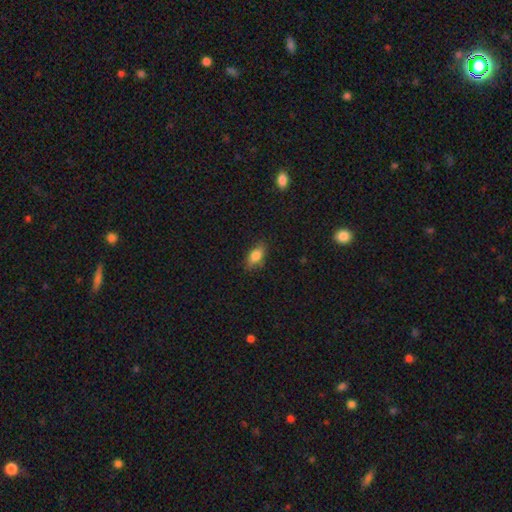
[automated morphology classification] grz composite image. It shows a smooth galaxy with no disk features (82%) that is in between round and cigar-shaped (86%). Merging: none (81%).